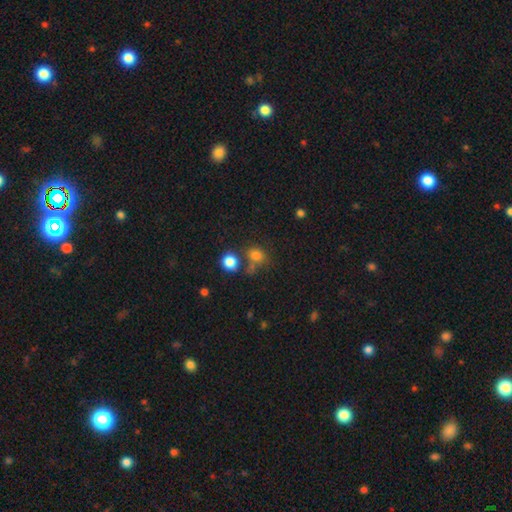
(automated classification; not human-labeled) Smooth or featured?
  - smooth: 77% *
  - star or artifact: 15%
  - featured or disk: 7%
How rounded?
  - round: 60% *
  - in between: 38%
  - cigar-shaped: 1%
Merging?
  - none: 56% *
  - merger: 22%
  - minor disturbance: 15%
  - major disturbance: 7%